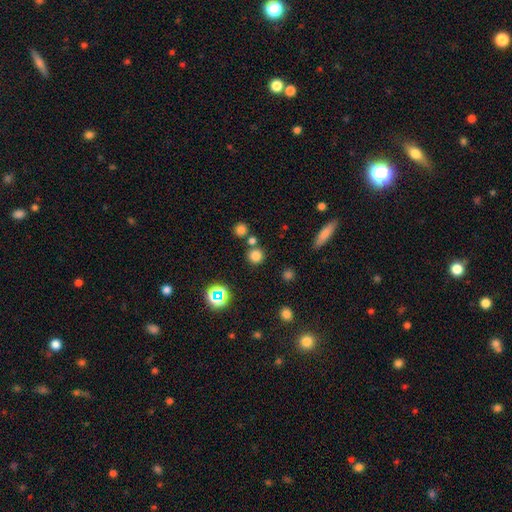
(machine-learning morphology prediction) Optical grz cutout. It shows a smooth galaxy with no disk features (74%) that is round (92%). Merging: none (76%).